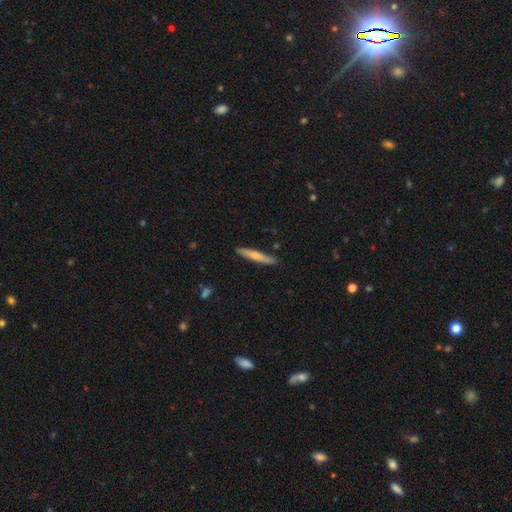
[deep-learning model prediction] smooth-or-featured: smooth: 62% | featured or disk: 32% | star or artifact: 5%
  how-rounded: cigar-shaped: 93% | in between: 5% | round: 1%
  merging: none: 85% | minor disturbance: 11% | major disturbance: 2% | merger: 2%